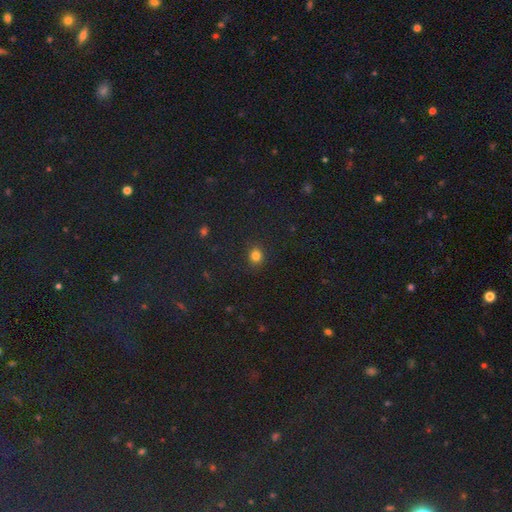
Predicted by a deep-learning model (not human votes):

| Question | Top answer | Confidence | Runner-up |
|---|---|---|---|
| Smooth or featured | smooth | 82% | star or artifact (14%) |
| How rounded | round | 78% | in between (21%) |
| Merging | none | 89% | minor disturbance (7%) |